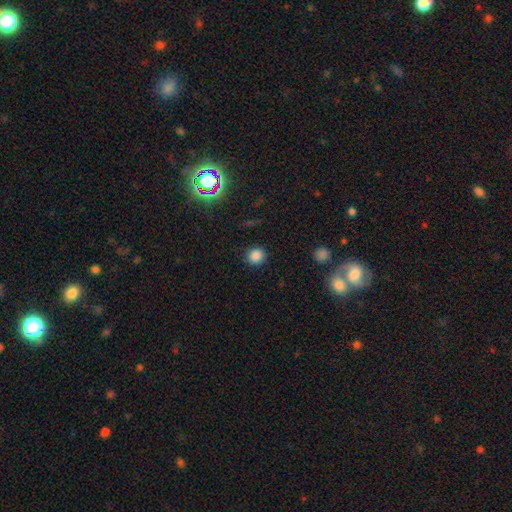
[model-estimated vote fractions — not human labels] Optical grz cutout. It shows a smooth galaxy with no disk features (83%) that is round (89%). Merging: none (87%).